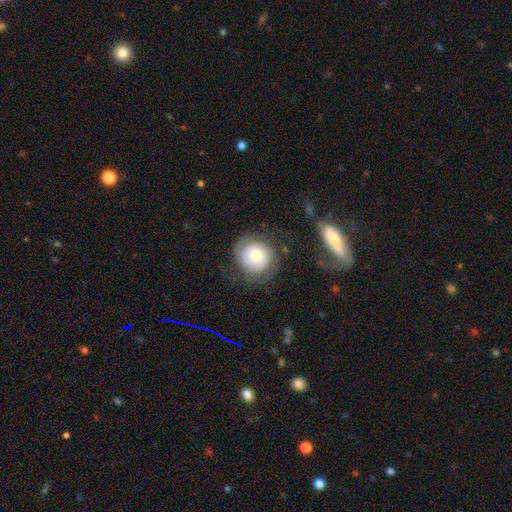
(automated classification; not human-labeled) smooth 53%, featured or disk 39%, star or artifact 8%. Down the decision tree: how rounded — round (86%); merging — none (62%).